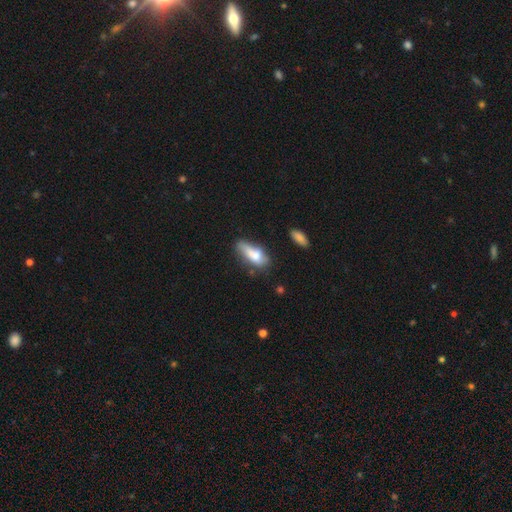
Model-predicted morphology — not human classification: Q: Smooth or featured?
A: smooth (70%); runner-up: featured or disk (22%)
Q: How rounded?
A: in between (73%); runner-up: cigar-shaped (24%)
Q: Merging?
A: none (37%); runner-up: minor disturbance (32%)